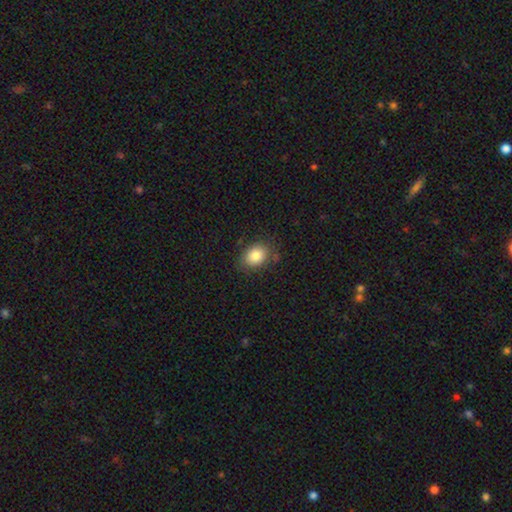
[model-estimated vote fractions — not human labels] Morphology: type=smooth (82%); roundness=in between (65%); merging=none (79%).